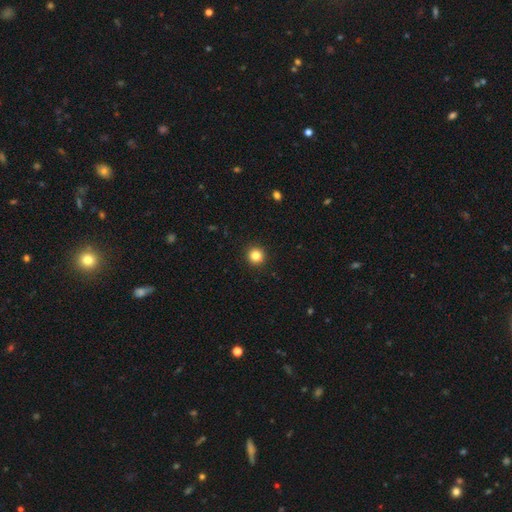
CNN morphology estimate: A smooth galaxy with no disk features (83%) that is round (95%).

Vote fractions:
- Smooth or featured? smooth: 83% / star or artifact: 12% / featured or disk: 5%
- How rounded? round: 95% / in between: 4% / cigar-shaped: 1%
- Merging? none: 93% / minor disturbance: 4% / major disturbance: 2% / merger: 1%